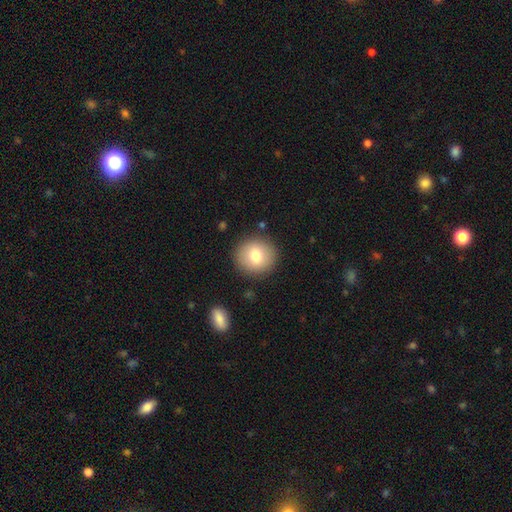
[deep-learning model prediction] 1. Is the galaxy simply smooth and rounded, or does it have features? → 77% smooth, 15% featured or disk, 8% star or artifact.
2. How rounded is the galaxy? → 86% round, 13% in between, 1% cigar-shaped.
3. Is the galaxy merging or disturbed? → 88% none, 8% minor disturbance, 3% major disturbance, 2% merger.